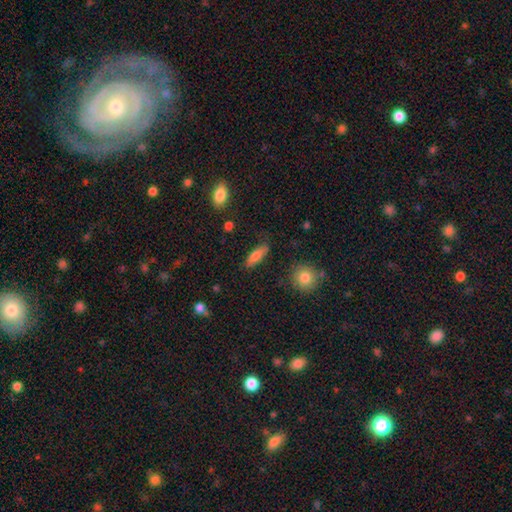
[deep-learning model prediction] Overall: smooth (76%). How rounded: in between (49%; cigar-shaped 48%). Merging: none (80%).